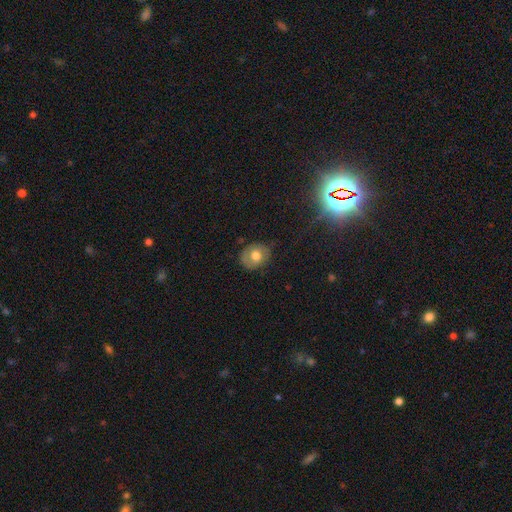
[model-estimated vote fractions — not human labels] Smooth or featured? smooth (63%)
How rounded? round (60%)
Merging? none (74%)